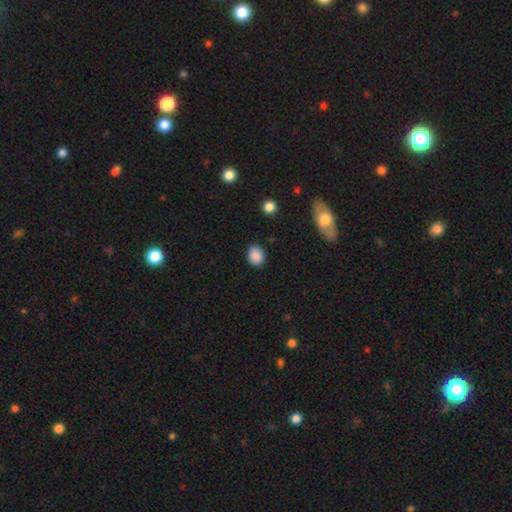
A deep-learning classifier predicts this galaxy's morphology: A smooth galaxy with no disk features (88%) that is in between round and cigar-shaped (51%). Merging: none (84%).